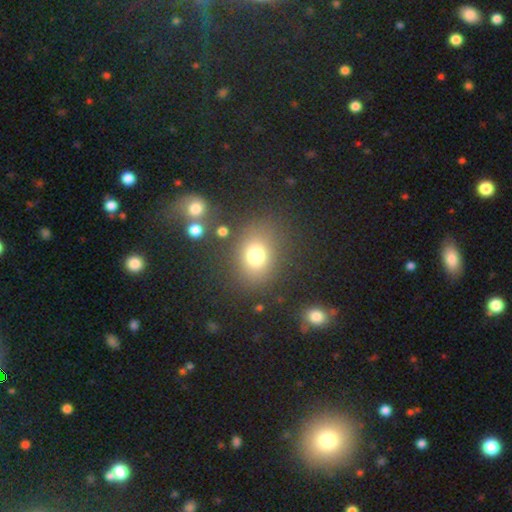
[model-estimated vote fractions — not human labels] This is likely a smooth galaxy (74%). How rounded: possibly round (54%). Merging: likely none (79%).